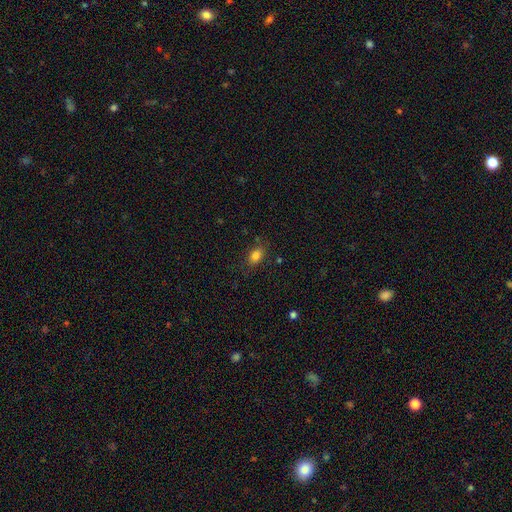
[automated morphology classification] Smooth or featured? smooth (83%)
How rounded? in between (80%)
Merging? none (79%)